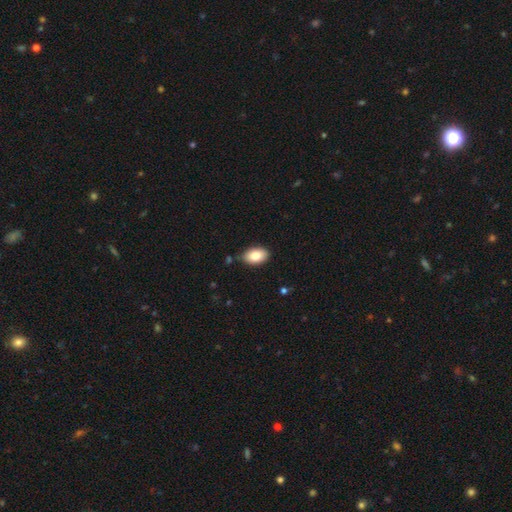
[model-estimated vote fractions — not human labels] This is clearly a smooth galaxy (83%). How rounded: clearly in between (91%). Merging: clearly none (82%).